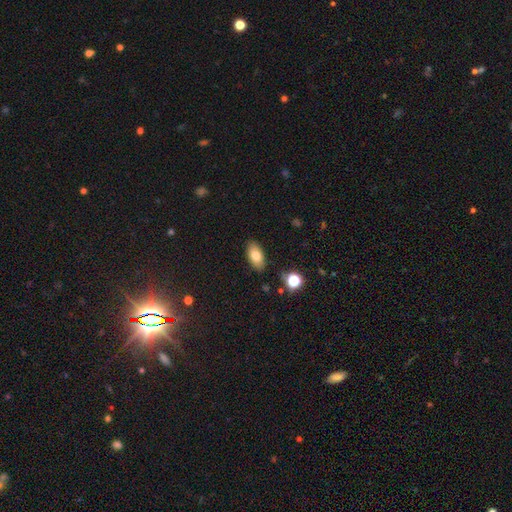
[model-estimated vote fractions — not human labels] Smooth or featured? Predicted: smooth (p=0.78). How rounded? Predicted: in between (p=0.90). Merging? Predicted: none (p=0.86).